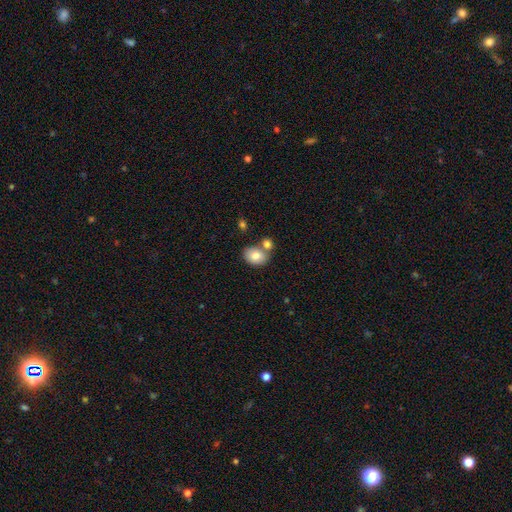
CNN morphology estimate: Smooth or featured?
  - smooth: 80% *
  - featured or disk: 12%
  - star or artifact: 8%
How rounded?
  - in between: 67% *
  - round: 32%
  - cigar-shaped: 1%
Merging?
  - none: 53% *
  - merger: 32%
  - minor disturbance: 12%
  - major disturbance: 3%